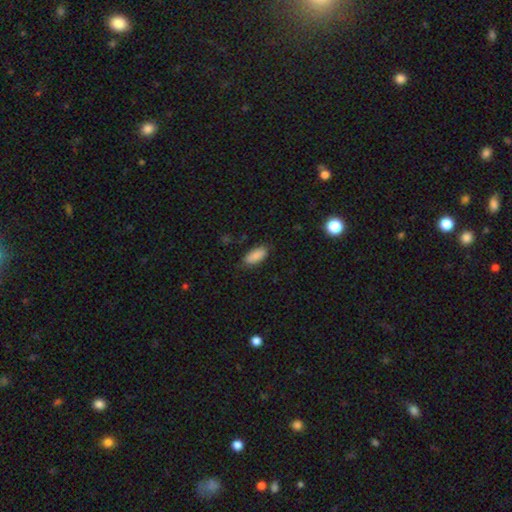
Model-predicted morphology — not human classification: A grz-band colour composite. It shows a smooth galaxy with no disk features (88%) that is in between round and cigar-shaped (88%). Merging: none (79%).